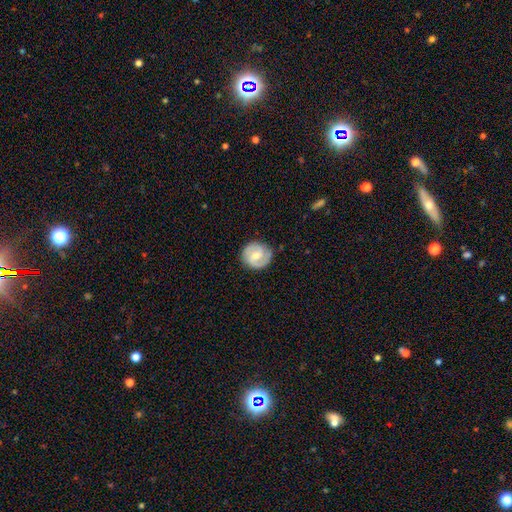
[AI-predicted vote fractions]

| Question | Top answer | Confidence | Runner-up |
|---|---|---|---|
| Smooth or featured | featured or disk | 70% | smooth (24%) |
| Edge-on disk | no | 98% | yes (2%) |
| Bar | weak | 56% | no (29%) |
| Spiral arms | yes | 91% | no (9%) |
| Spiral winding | medium | 44% | tight (43%) |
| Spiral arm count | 2 | 84% | can't tell (7%) |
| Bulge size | moderate | 57% | small (36%) |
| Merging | none | 81% | minor disturbance (14%) |